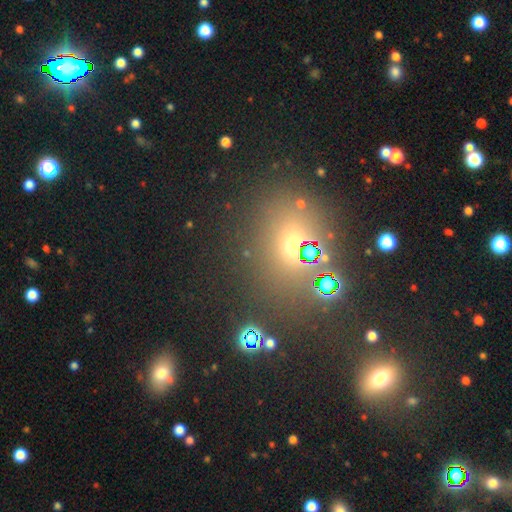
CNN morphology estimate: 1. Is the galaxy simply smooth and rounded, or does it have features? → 50% star or artifact, 37% smooth, 13% featured or disk.